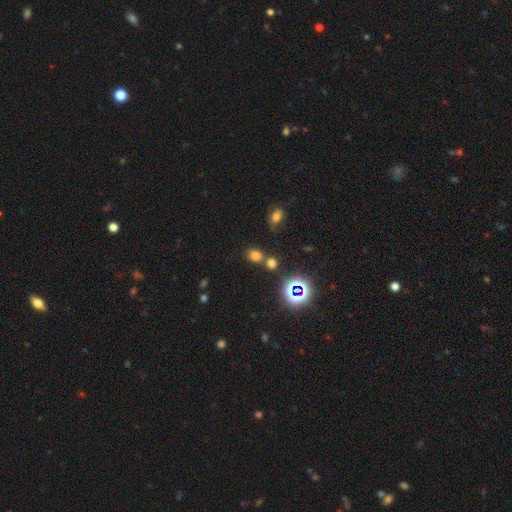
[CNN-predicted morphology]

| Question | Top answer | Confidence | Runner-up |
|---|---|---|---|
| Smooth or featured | smooth | 64% | star or artifact (29%) |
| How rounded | round | 57% | in between (42%) |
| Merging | none | 63% | merger (24%) |